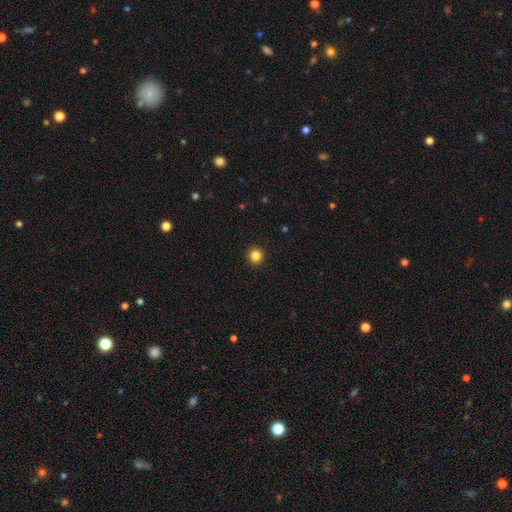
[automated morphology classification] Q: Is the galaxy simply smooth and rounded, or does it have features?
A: smooth — 84%.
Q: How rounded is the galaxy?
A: round — 94%.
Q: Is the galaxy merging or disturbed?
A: none — 93%.